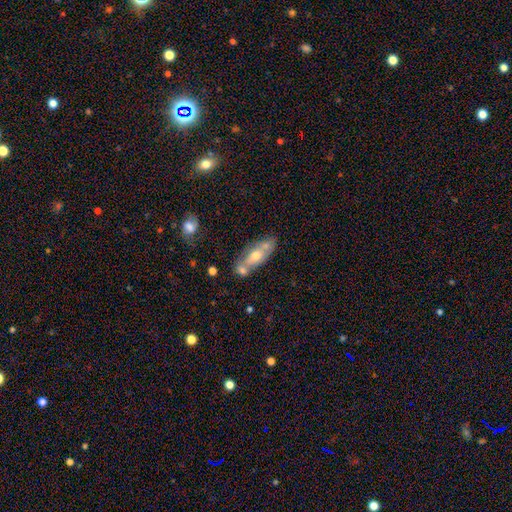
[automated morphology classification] A featured or disk galaxy (51%). Merging: none (51%).